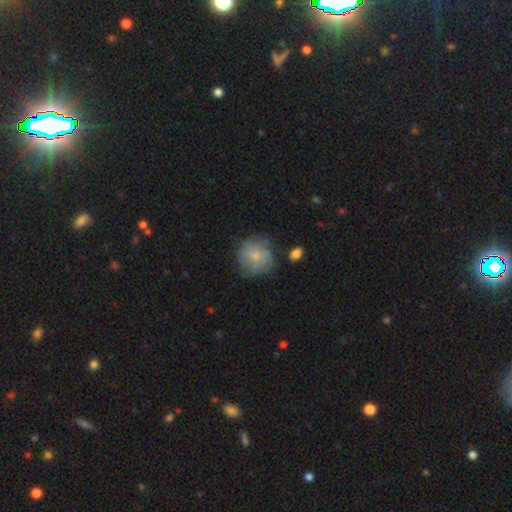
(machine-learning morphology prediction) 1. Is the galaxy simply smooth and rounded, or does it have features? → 55% smooth, 36% featured or disk, 8% star or artifact.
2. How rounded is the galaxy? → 86% round, 13% in between, 1% cigar-shaped.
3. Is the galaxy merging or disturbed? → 65% none, 22% minor disturbance, 10% major disturbance, 3% merger.